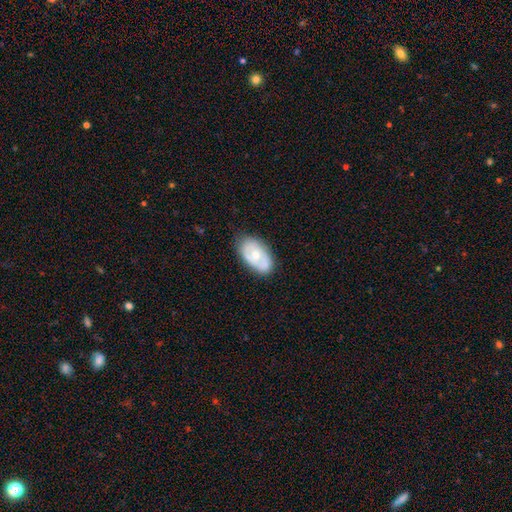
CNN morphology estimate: The model was most divided on "smooth or featured": featured or disk: 50%, smooth: 45%, star or artifact: 6%. More confident: merging — none (75%).